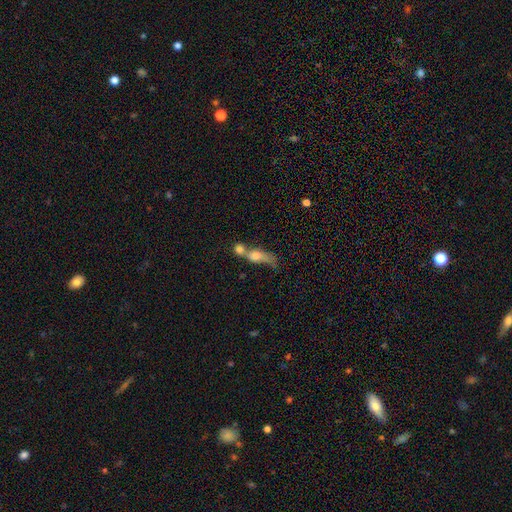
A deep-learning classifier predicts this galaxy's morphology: smooth 61%, featured or disk 28%, star or artifact 11%. Down the decision tree: how rounded — in between (52%); merging — merger (66%).